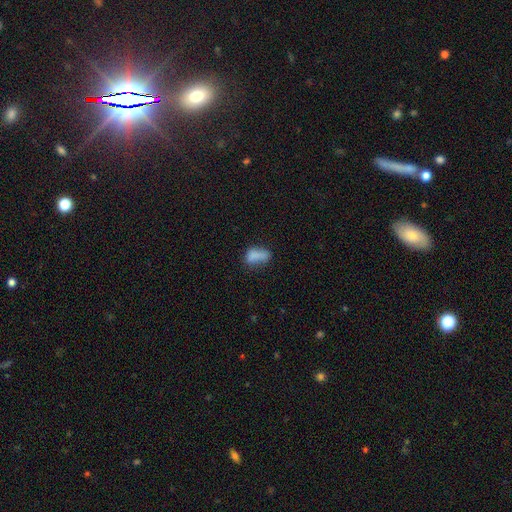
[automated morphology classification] Smooth or featured? Predicted: smooth (p=0.78). How rounded? Predicted: in between (p=0.85). Merging? Predicted: none (p=0.44).